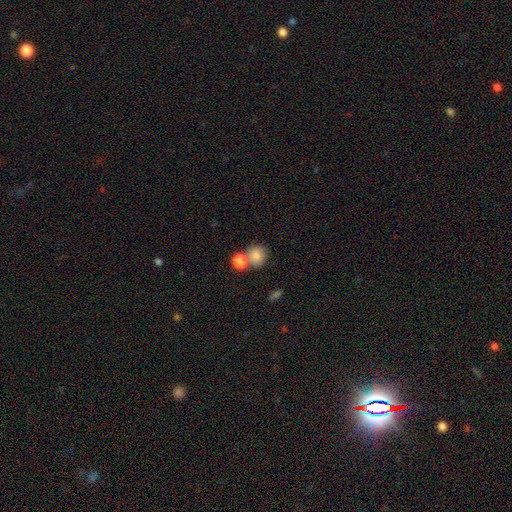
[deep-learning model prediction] This appears to be a smooth galaxy with no disk features (82%) that is round (79%). Merging: none (51%).